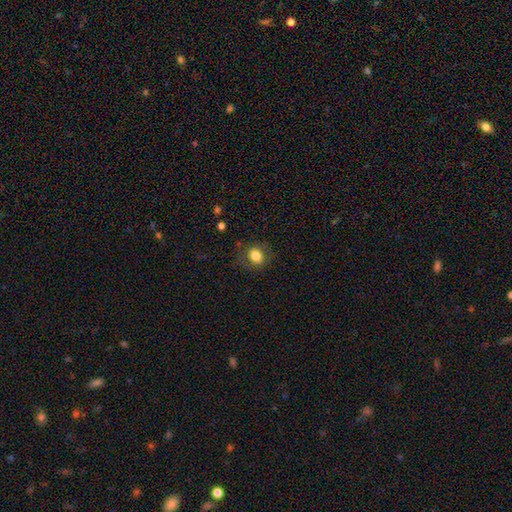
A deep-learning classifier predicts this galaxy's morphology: Smooth or featured? smooth (80%)
How rounded? in between (50%)
Merging? none (78%)